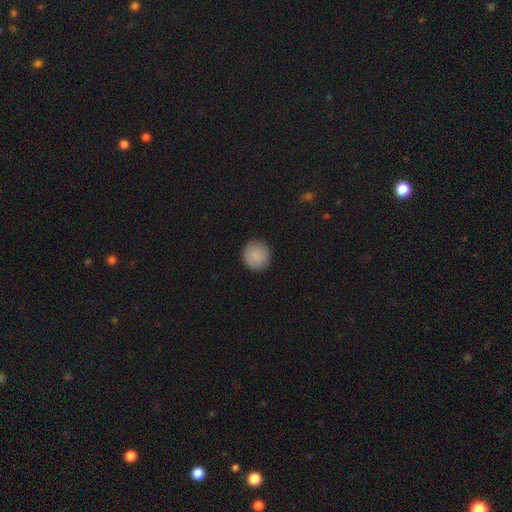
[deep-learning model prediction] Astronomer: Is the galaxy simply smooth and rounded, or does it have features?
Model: smooth — 89%.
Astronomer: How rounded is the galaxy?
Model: round — 94%.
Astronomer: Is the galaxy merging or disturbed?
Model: none — 90%.